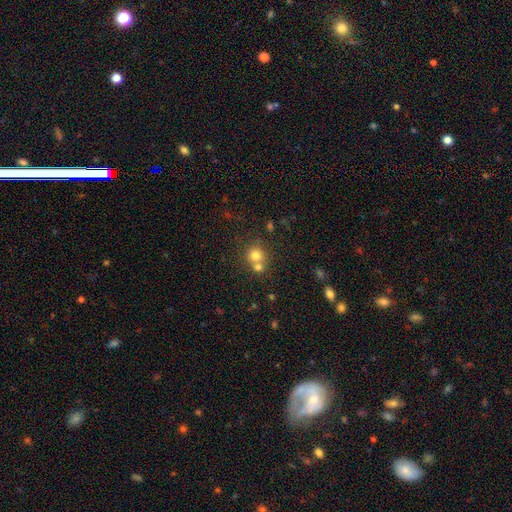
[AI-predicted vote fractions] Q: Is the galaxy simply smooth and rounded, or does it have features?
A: smooth — 74%.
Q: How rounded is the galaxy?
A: round — 87%.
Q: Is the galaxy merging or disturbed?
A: none — 47%.